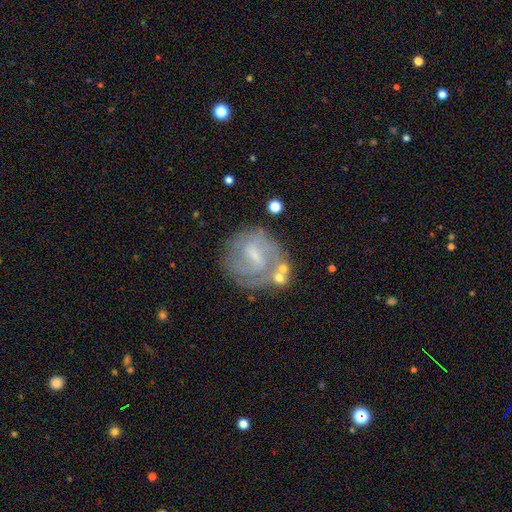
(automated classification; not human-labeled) Smooth or featured? Predicted: featured or disk (p=0.73). Edge-on disk? Predicted: no (p=0.97). Bar? Predicted: weak (p=0.55). Spiral arms? Predicted: yes (p=0.83). Spiral winding? Predicted: tight (p=0.51). Spiral arm count? Predicted: 2 (p=0.42). Bulge size? Predicted: small (p=0.50). Merging? Predicted: none (p=0.61).